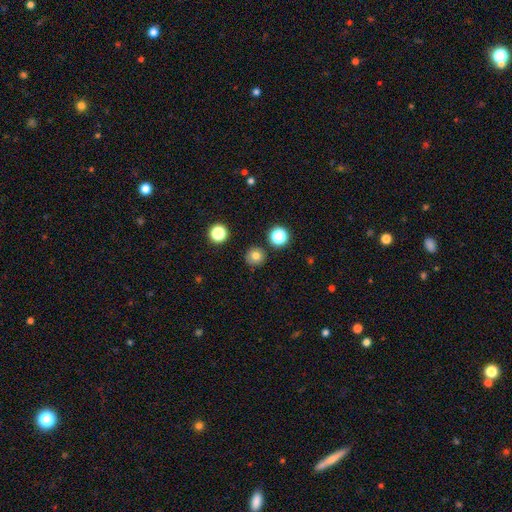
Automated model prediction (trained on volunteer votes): Overall: smooth (77%). How rounded: round (94%). Merging: none (87%).